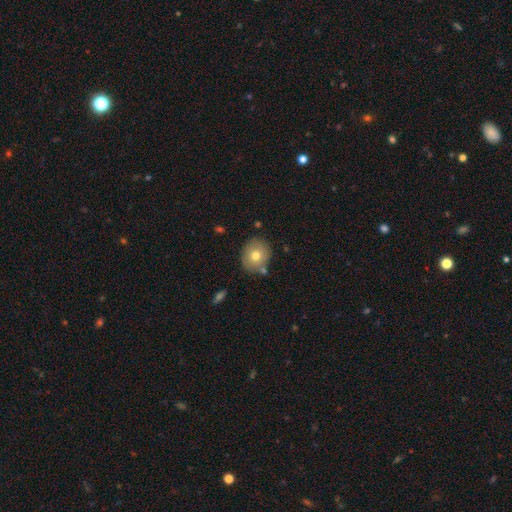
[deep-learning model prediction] This is likely a smooth galaxy (71%). How rounded: likely round (79%). Merging: likely none (76%).